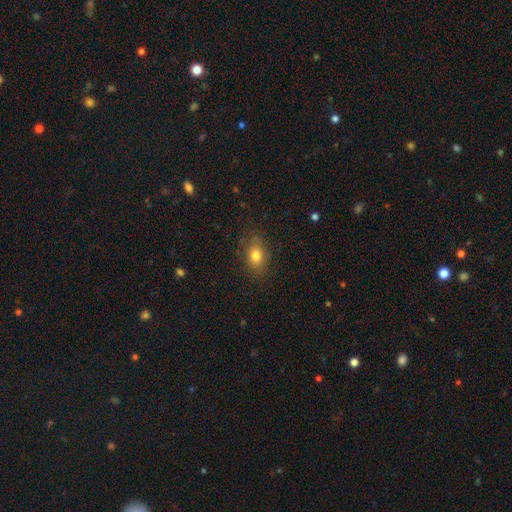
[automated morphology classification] Smooth or featured? Predicted: smooth (p=0.79). How rounded? Predicted: in between (p=0.74). Merging? Predicted: none (p=0.79).